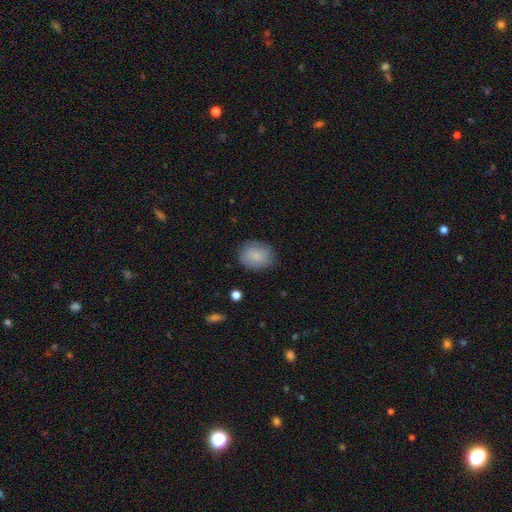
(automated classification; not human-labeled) smooth 83%, featured or disk 10%, star or artifact 8%. Down the decision tree: how rounded — in between (57%); merging — none (81%).